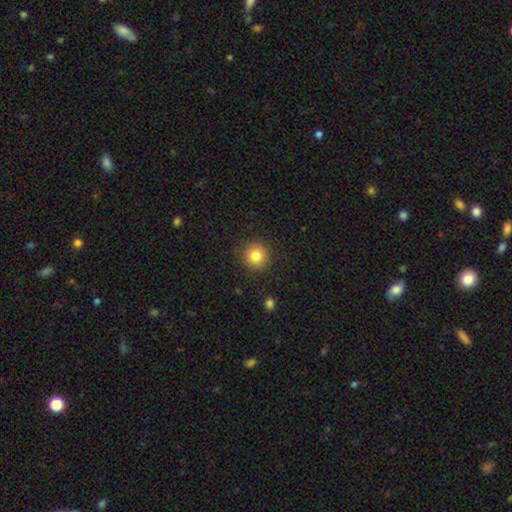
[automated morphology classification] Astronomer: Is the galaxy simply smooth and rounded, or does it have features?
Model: smooth — 82%.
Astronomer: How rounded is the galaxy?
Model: round — 93%.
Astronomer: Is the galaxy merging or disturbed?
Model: none — 89%.